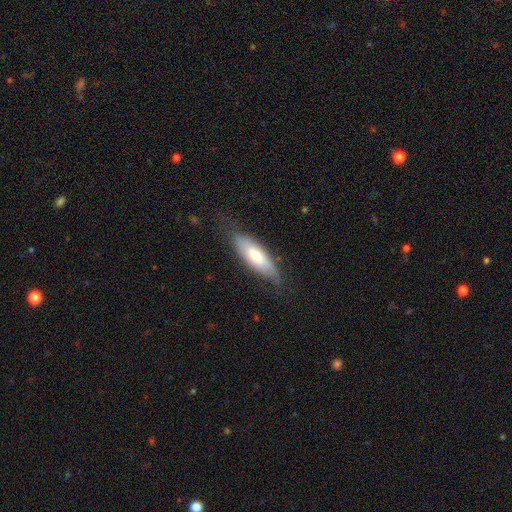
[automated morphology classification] This is possibly a smooth galaxy (59%). How rounded: possibly in between (56%). Merging: likely none (69%).